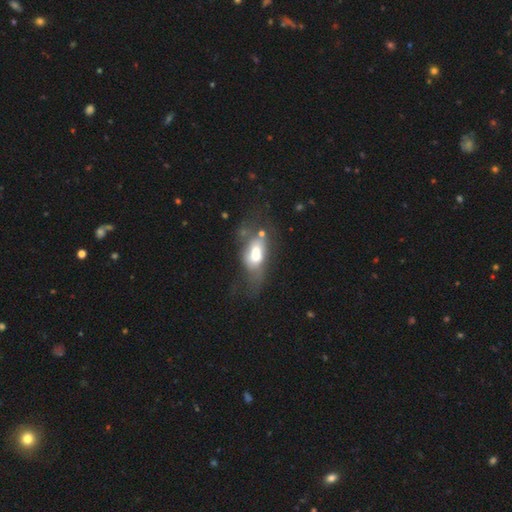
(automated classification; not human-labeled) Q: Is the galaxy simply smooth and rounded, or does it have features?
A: smooth — 53%.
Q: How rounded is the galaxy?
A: in between — 84%.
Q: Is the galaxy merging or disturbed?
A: major disturbance — 40%.